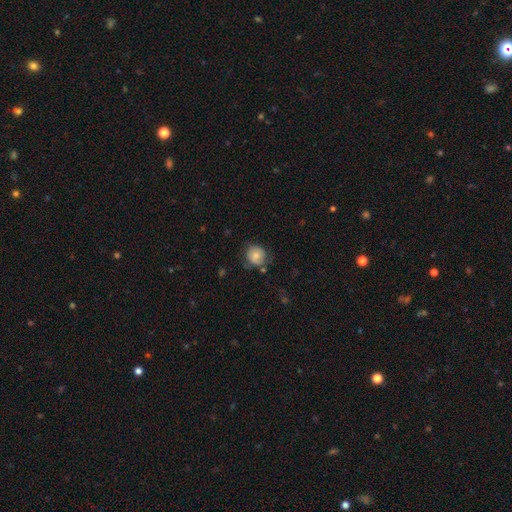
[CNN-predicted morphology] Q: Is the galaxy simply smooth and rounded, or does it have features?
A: smooth — 70%.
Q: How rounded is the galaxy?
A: round — 80%.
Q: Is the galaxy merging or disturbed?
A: none — 64%.